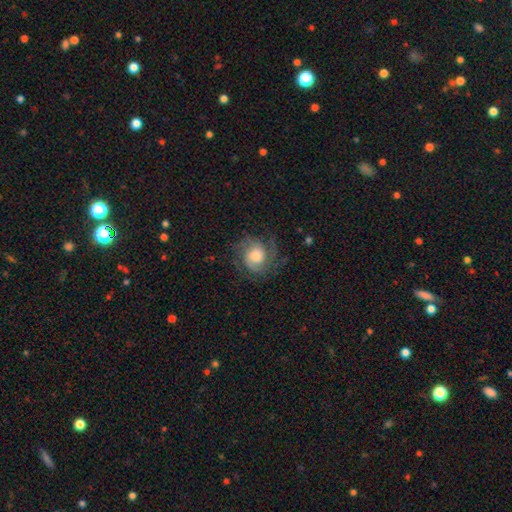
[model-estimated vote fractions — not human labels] Morphology: type=featured or disk (71%); edge-on=no (98%); bar=no (70%); spiral arms=yes (94%); winding=medium (45%); arm count=2 (51%); bulge=moderate (44%); merging=none (70%).